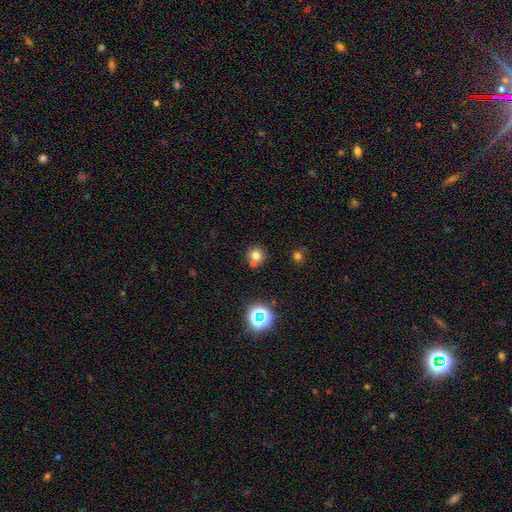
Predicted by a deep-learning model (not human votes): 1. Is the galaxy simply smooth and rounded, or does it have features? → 74% smooth, 17% star or artifact, 9% featured or disk.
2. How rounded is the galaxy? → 90% round, 9% in between, 1% cigar-shaped.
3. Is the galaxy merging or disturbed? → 66% none, 22% merger, 9% minor disturbance, 3% major disturbance.